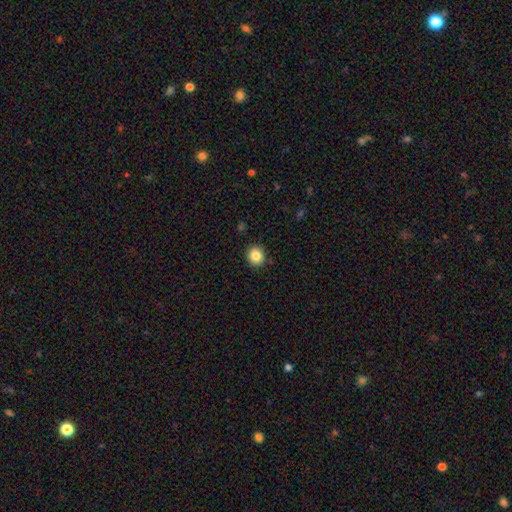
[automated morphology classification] Q: Smooth or featured?
A: smooth (85%); runner-up: star or artifact (10%)
Q: How rounded?
A: round (84%); runner-up: in between (15%)
Q: Merging?
A: none (91%); runner-up: minor disturbance (6%)